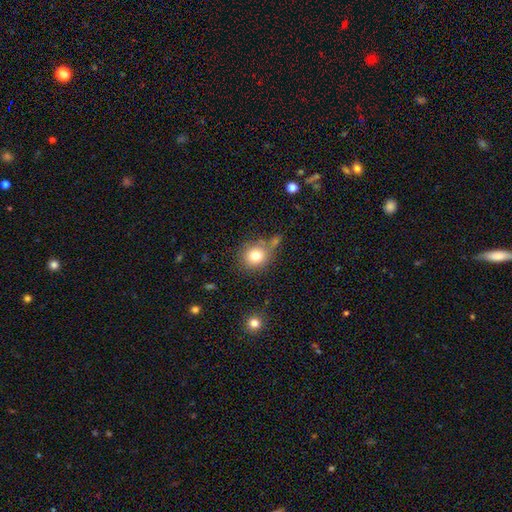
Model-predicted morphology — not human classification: The model was most divided on "merging": none: 65%, minor disturbance: 15%, merger: 13%, major disturbance: 6%. More confident: how rounded — round (82%); smooth or featured — smooth (78%).